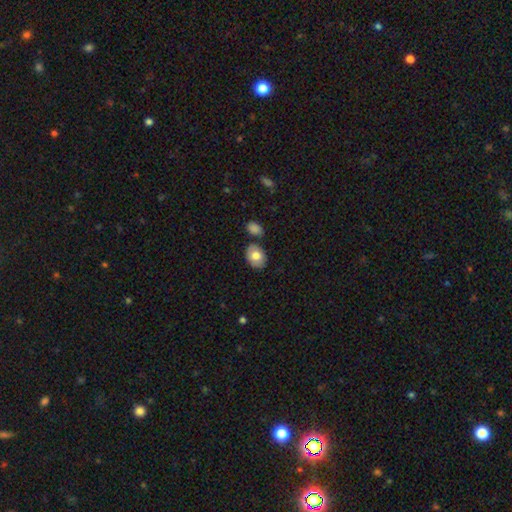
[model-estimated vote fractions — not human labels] The model was most divided on "how rounded": in between: 76%, round: 23%, cigar-shaped: 1%. More confident: smooth or featured — smooth (77%); merging — none (76%).